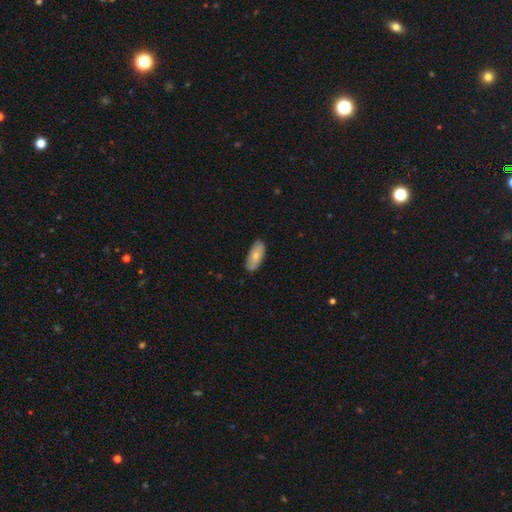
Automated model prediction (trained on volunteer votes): Smooth or featured? Predicted: smooth (p=0.76). How rounded? Predicted: in between (p=0.86). Merging? Predicted: none (p=0.84).